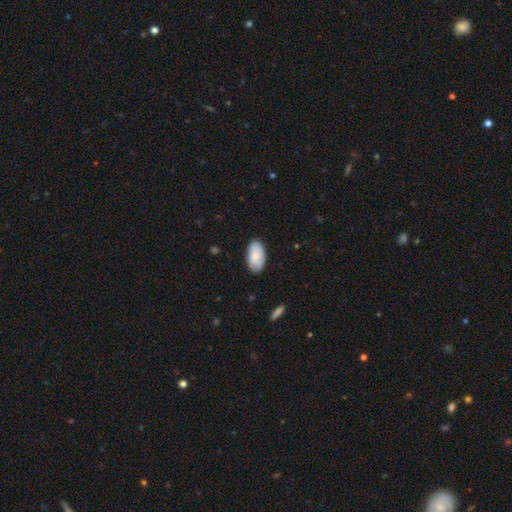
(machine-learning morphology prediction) A smooth galaxy with no disk features (75%) that is in between round and cigar-shaped (95%). Merging: none (82%).